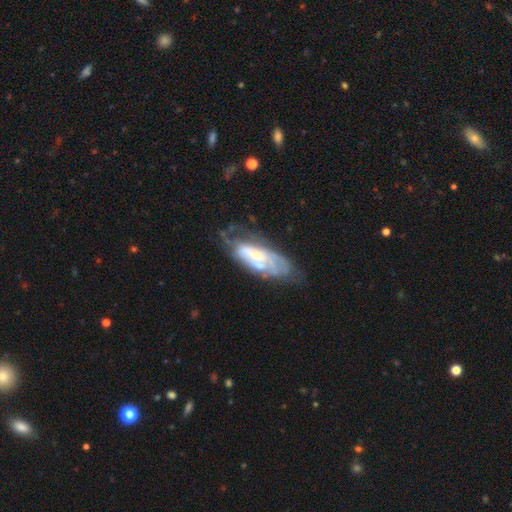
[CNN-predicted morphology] A featured or disk galaxy (65%) with no bar (68%), spiral arms (57%) and a small central bulge (47%). Merging: none (45%).